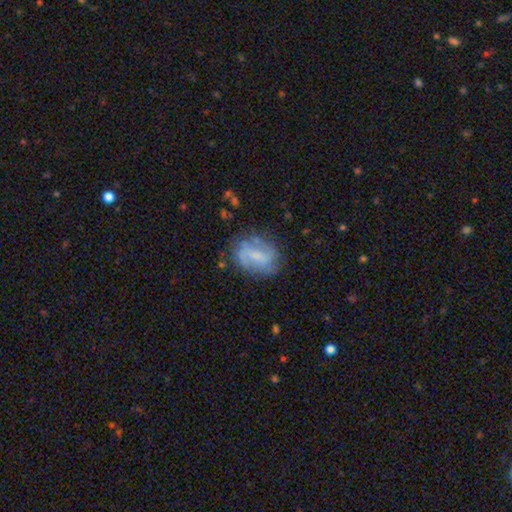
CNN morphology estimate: Smooth or featured? Predicted: featured or disk (p=0.54). Edge-on disk? Predicted: no (p=0.97). Bar? Predicted: weak (p=0.48). Spiral arms? Predicted: yes (p=0.74). Bulge size? Predicted: small (p=0.37). Merging? Predicted: none (p=0.65).